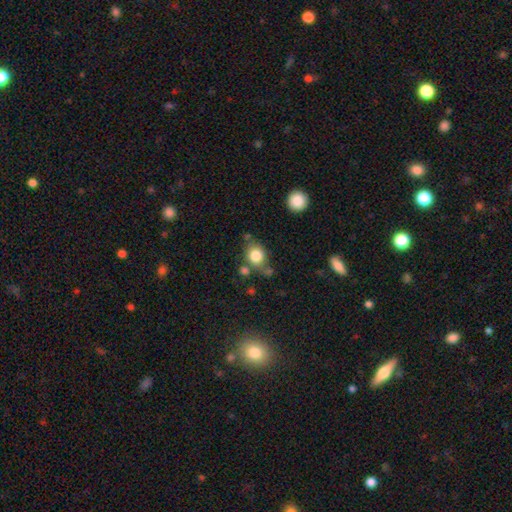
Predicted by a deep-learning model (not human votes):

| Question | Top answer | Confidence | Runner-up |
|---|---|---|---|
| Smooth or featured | smooth | 81% | star or artifact (9%) |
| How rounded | round | 58% | in between (41%) |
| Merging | none | 63% | minor disturbance (18%) |